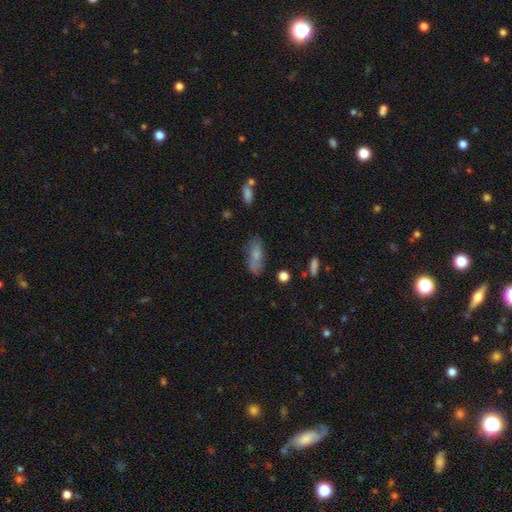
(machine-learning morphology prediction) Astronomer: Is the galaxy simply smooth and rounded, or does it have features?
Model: smooth — 68%.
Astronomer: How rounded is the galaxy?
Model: in between — 69%.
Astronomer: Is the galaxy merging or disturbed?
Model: none — 60%.